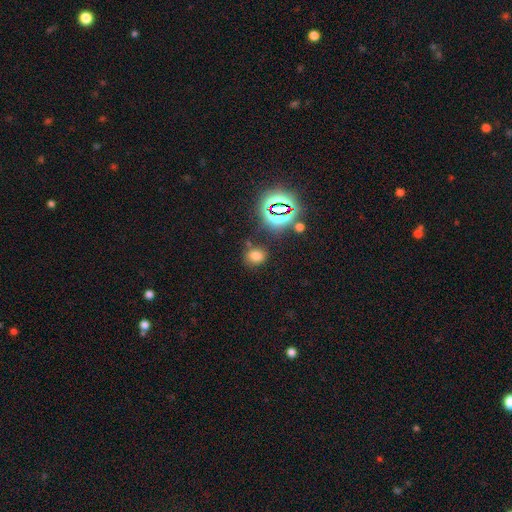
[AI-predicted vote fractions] Smooth or featured: smooth — 65% (star or artifact — 26%)
How rounded: round — 54% (in between — 44%)
Merging: none — 74% (minor disturbance — 14%)